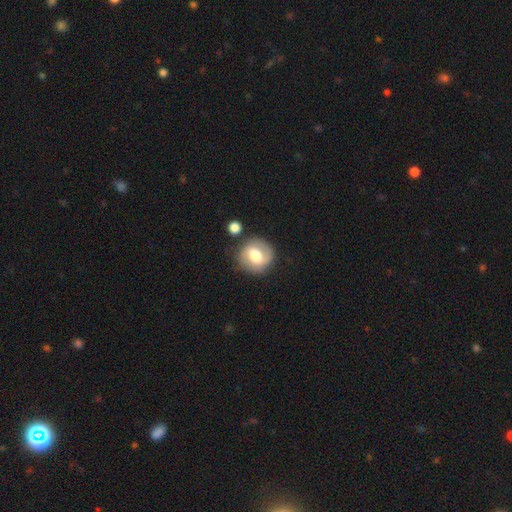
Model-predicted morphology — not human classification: featured or disk 47%, smooth 46%, star or artifact 7%. Down the decision tree: merging — none (75%).